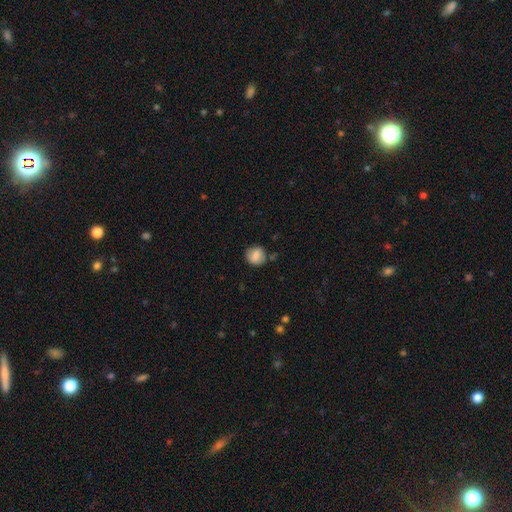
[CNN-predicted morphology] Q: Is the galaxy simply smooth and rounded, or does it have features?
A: smooth — 77%.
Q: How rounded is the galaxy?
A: round — 79%.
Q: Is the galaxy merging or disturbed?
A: none — 74%.